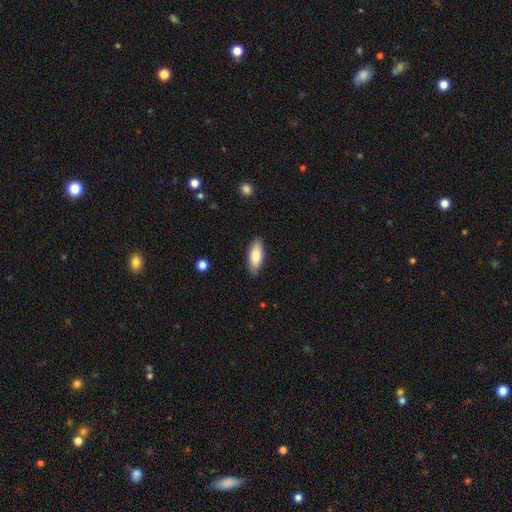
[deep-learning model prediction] Q: Smooth or featured?
A: smooth (80%); runner-up: featured or disk (14%)
Q: How rounded?
A: in between (78%); runner-up: cigar-shaped (20%)
Q: Merging?
A: none (86%); runner-up: minor disturbance (11%)